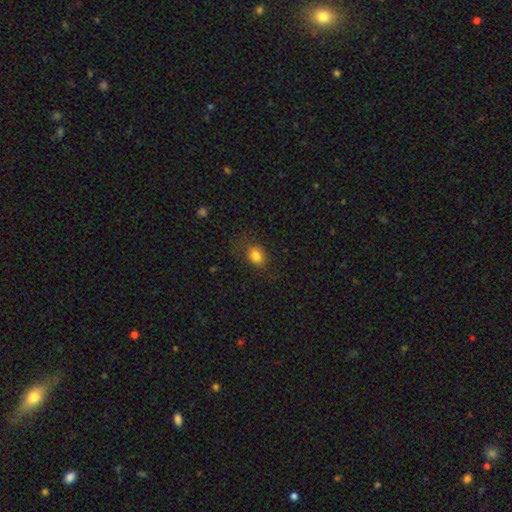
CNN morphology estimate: The model was most divided on "how rounded": in between: 59%, round: 40%, cigar-shaped: 1%. More confident: smooth or featured — smooth (82%); merging — none (74%).